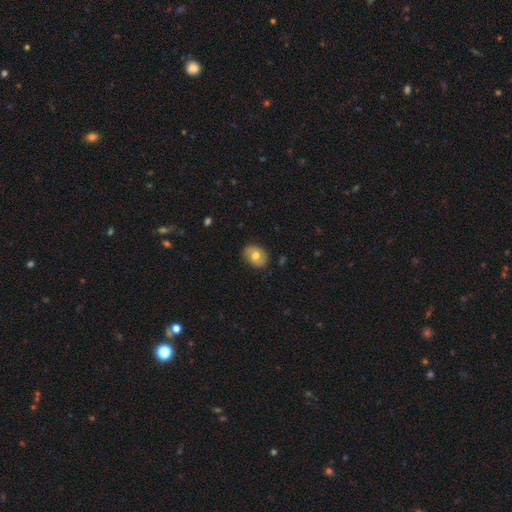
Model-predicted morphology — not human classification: A smooth galaxy with no disk features (63%) that is in between round and cigar-shaped (66%).

Vote fractions:
- Smooth or featured? smooth: 63% / featured or disk: 29% / star or artifact: 7%
- How rounded? in between: 66% / round: 33% / cigar-shaped: 1%
- Merging? none: 83% / minor disturbance: 14% / major disturbance: 3% / merger: 1%